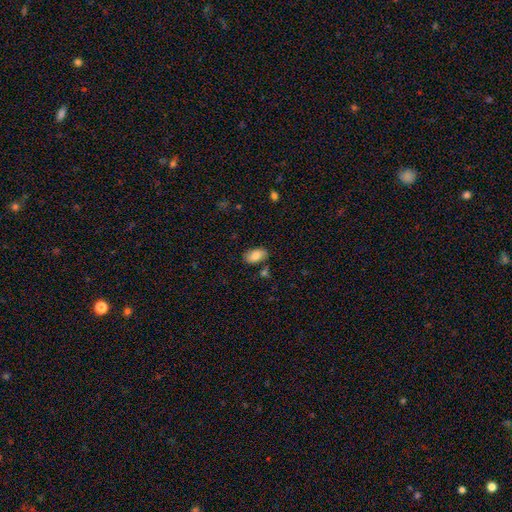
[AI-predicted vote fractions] Morphology: type=smooth (81%); roundness=in between (93%); merging=none (75%).